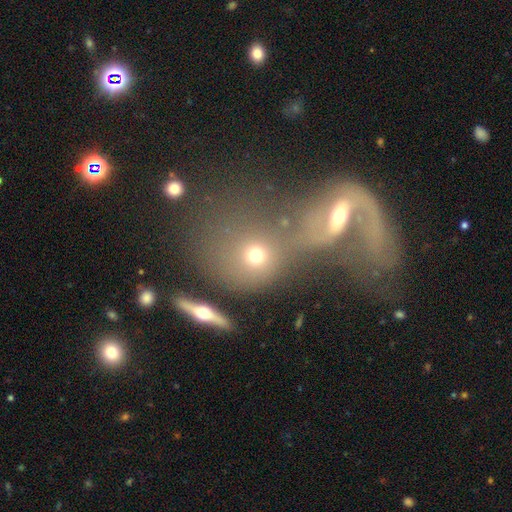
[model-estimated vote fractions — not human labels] Overall: smooth (64%). How rounded: round (71%). Merging: none (42%; merger 39%).